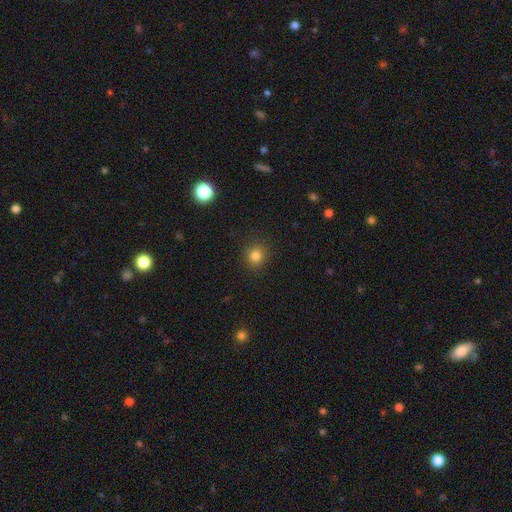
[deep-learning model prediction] Smooth or featured: smooth — 81% (star or artifact — 13%)
How rounded: round — 90% (in between — 9%)
Merging: none — 91% (minor disturbance — 6%)